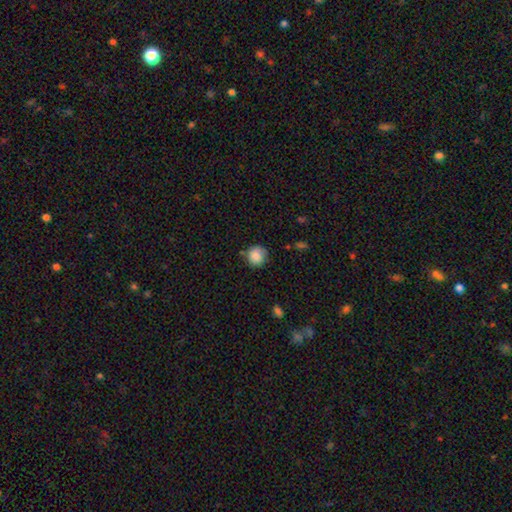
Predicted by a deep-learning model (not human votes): The model was most divided on "merging": none: 78%, minor disturbance: 16%, major disturbance: 3%, merger: 3%. More confident: how rounded — round (90%); smooth or featured — smooth (86%).